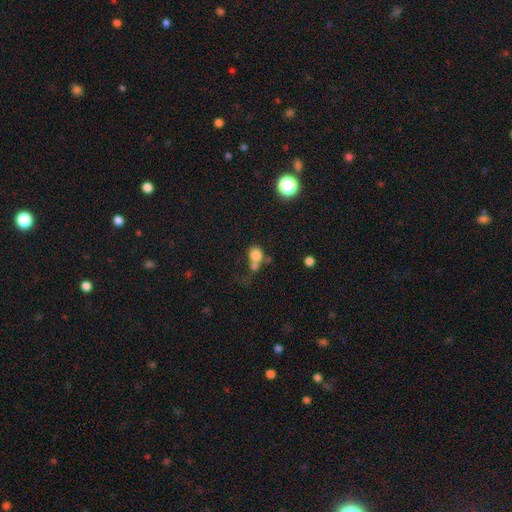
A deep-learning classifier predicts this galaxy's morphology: Q: Smooth or featured?
A: smooth (78%); runner-up: star or artifact (12%)
Q: How rounded?
A: round (66%); runner-up: in between (33%)
Q: Merging?
A: merger (43%); runner-up: none (33%)